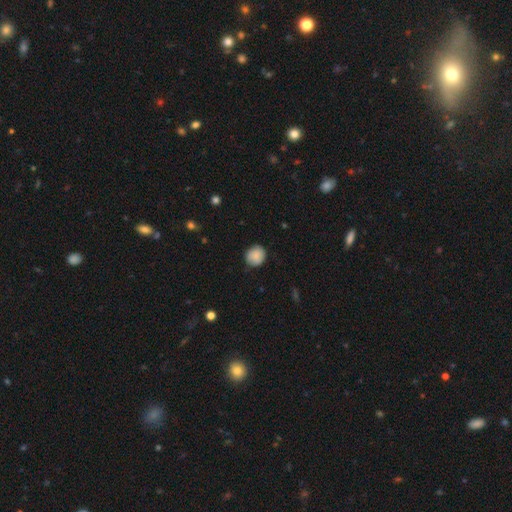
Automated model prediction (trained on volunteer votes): This appears to be a smooth galaxy with no disk features (85%) that is round (83%). Merging: none (80%).